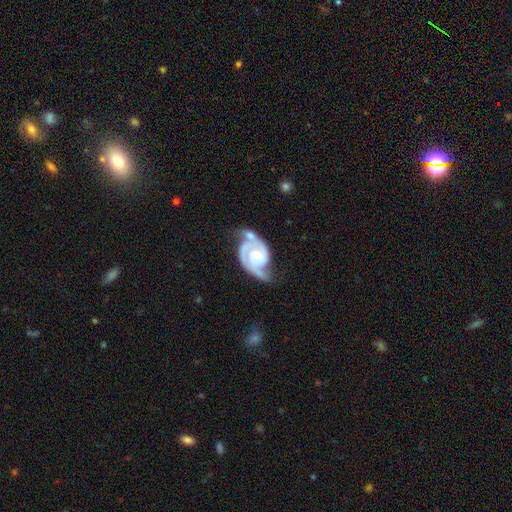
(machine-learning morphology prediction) Smooth or featured? featured or disk (89%)
Edge-on disk? no (98%)
Bar? weak (46%)
Spiral arms? yes (97%)
Spiral winding? tight (48%)
Spiral arm count? 2 (85%)
Bulge size? small (47%)
Merging? none (44%)